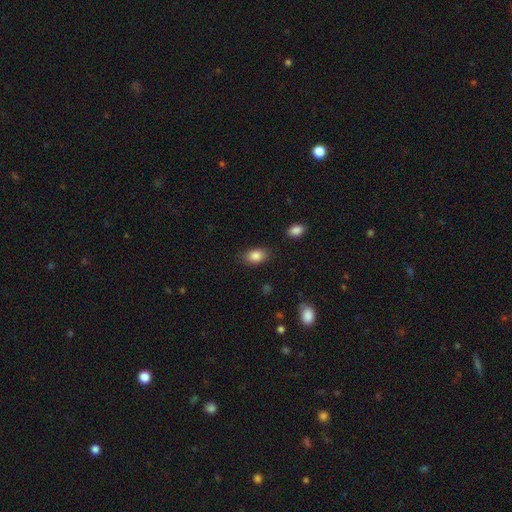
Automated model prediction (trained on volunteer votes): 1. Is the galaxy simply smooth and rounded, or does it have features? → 85% smooth, 8% star or artifact, 6% featured or disk.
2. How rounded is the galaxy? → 84% in between, 14% round, 2% cigar-shaped.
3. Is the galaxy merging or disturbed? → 82% none, 13% minor disturbance, 3% major disturbance, 2% merger.